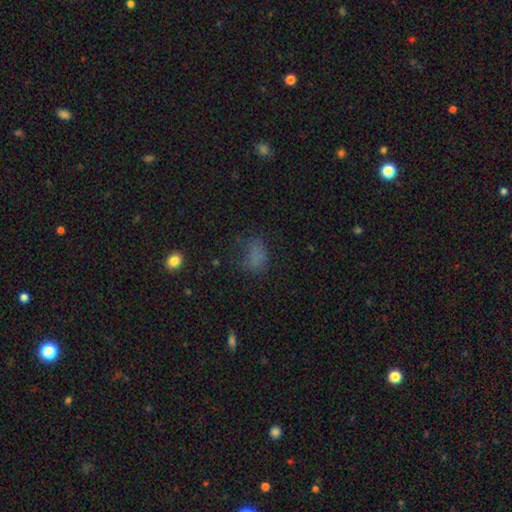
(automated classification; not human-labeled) This appears to be a smooth galaxy with no disk features (71%) that is in between round and cigar-shaped (72%). Merging: none (55%).